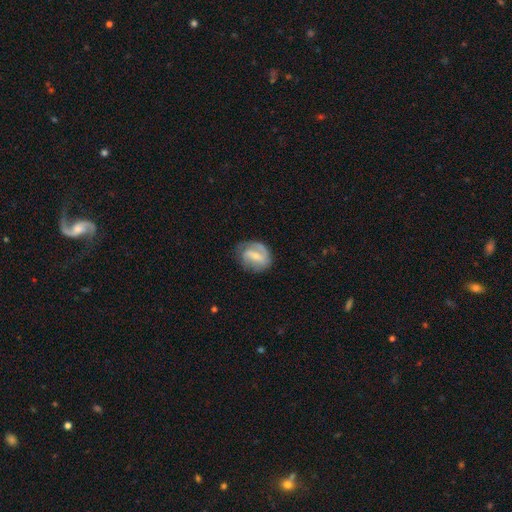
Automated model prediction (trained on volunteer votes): Q: Smooth or featured?
A: featured or disk (70%); runner-up: smooth (24%)
Q: Edge-on disk?
A: no (97%); runner-up: yes (3%)
Q: Bar?
A: weak (46%); runner-up: strong (35%)
Q: Spiral arms?
A: yes (87%); runner-up: no (13%)
Q: Spiral winding?
A: medium (42%); runner-up: tight (32%)
Q: Spiral arm count?
A: 2 (64%); runner-up: 1 (14%)
Q: Bulge size?
A: small (59%); runner-up: moderate (31%)
Q: Merging?
A: none (66%); runner-up: minor disturbance (22%)